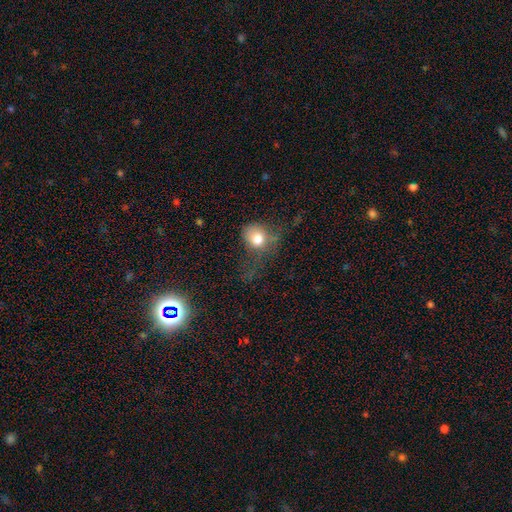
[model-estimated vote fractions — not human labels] The model was most divided on "merging": none: 36%, major disturbance: 35%, minor disturbance: 25%, merger: 4%. More confident: how rounded — round (73%); smooth or featured — smooth (52%).